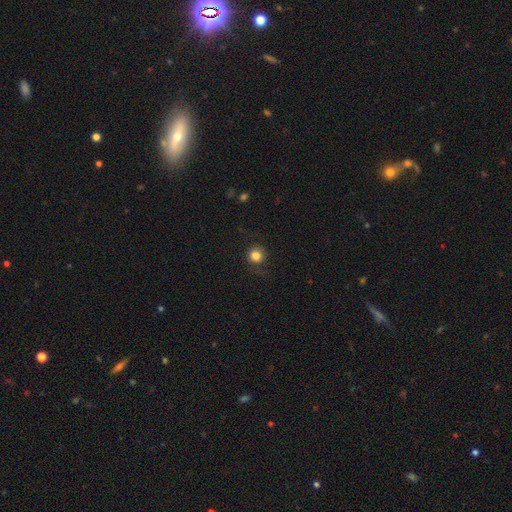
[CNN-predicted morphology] smooth_or_featured: smooth (p=0.82) [alt: star or artifact p=0.11]
how_rounded: round (p=0.91) [alt: in between p=0.08]
merging: none (p=0.81) [alt: minor disturbance p=0.12]